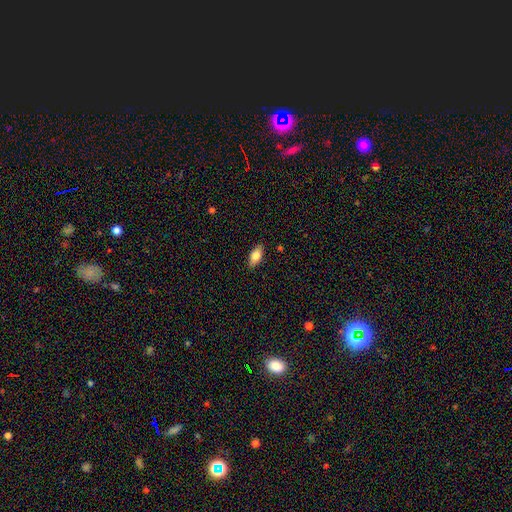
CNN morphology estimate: Overall: smooth (73%). How rounded: in between (85%). Merging: none (87%).